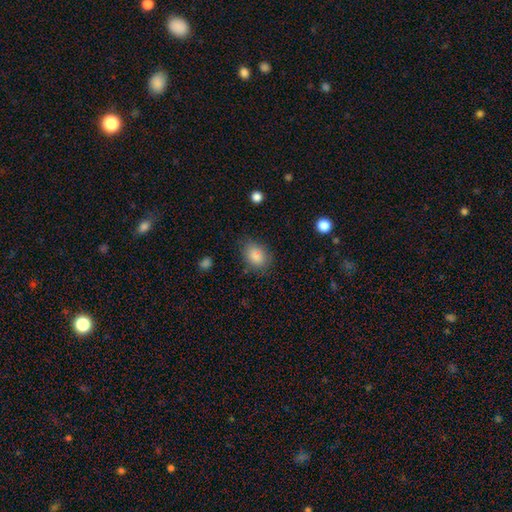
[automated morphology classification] Smooth or featured? Predicted: smooth (p=0.86). How rounded? Predicted: in between (p=0.75). Merging? Predicted: none (p=0.78).